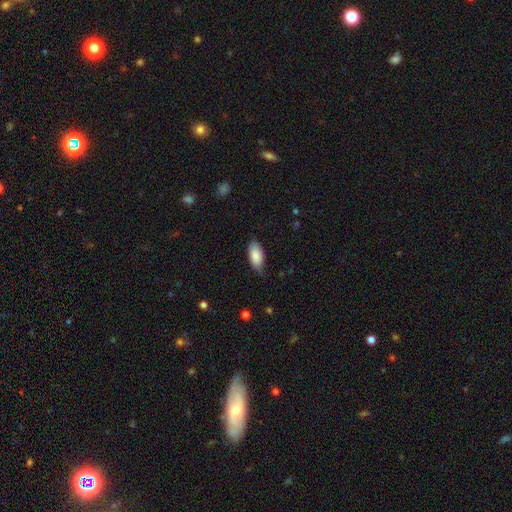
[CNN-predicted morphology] Q: Smooth or featured?
A: smooth (86%); runner-up: featured or disk (8%)
Q: How rounded?
A: in between (91%); runner-up: cigar-shaped (6%)
Q: Merging?
A: none (69%); runner-up: minor disturbance (26%)